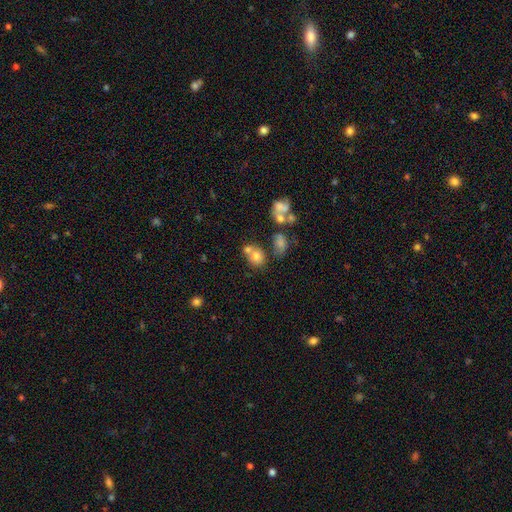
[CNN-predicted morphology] Smooth or featured? smooth (68%)
How rounded? round (64%)
Merging? none (42%)